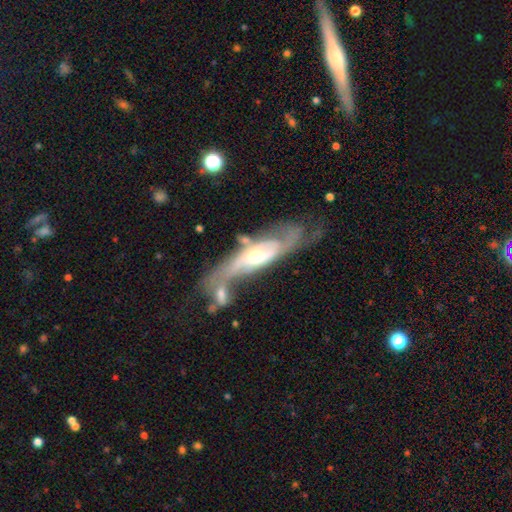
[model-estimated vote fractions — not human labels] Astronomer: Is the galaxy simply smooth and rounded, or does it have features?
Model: featured or disk — 77%.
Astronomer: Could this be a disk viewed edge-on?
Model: no — 79%.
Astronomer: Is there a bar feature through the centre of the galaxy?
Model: no — 56%.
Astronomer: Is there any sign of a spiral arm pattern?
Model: yes — 82%.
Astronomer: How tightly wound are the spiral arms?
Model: medium — 38% (runner-up: loose, 36%).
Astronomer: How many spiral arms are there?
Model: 2 — 61%.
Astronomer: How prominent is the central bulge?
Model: moderate — 57% (runner-up: small, 34%).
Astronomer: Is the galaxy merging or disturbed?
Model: merger — 34% (runner-up: none, 28%).